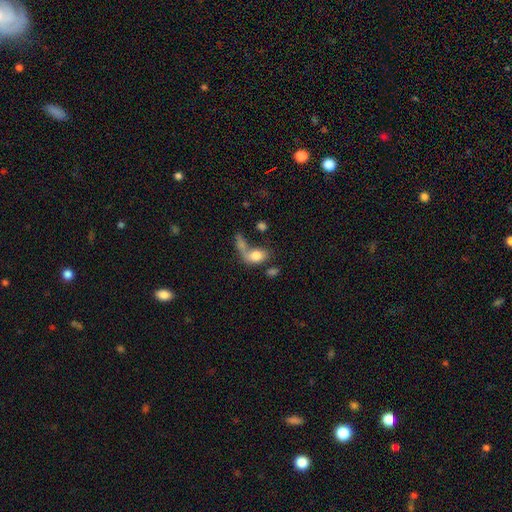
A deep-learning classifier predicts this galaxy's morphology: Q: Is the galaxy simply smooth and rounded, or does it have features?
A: smooth — 77%.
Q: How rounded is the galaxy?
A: in between — 81%.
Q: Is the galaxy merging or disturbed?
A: merger — 47%.